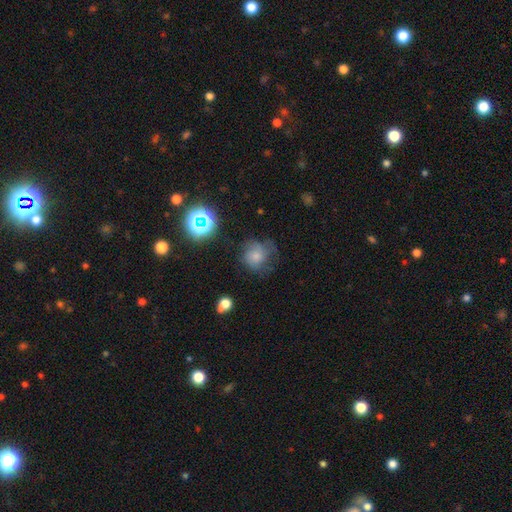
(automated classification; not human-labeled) Q: Smooth or featured?
A: smooth (63%); runner-up: featured or disk (21%)
Q: How rounded?
A: round (81%); runner-up: in between (18%)
Q: Merging?
A: none (52%); runner-up: minor disturbance (27%)